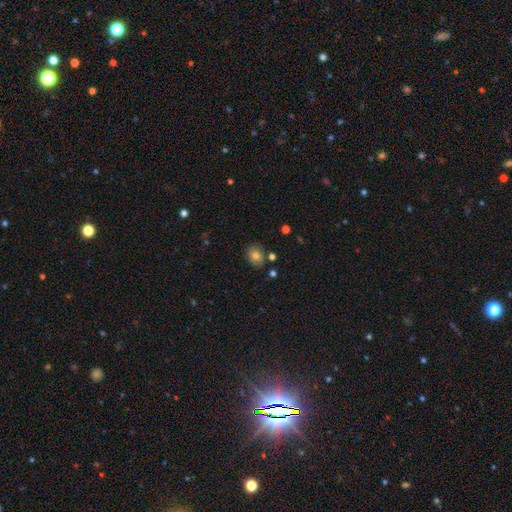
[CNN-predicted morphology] Smooth or featured?
  - smooth: 77% *
  - featured or disk: 12%
  - star or artifact: 11%
How rounded?
  - in between: 50% *
  - round: 49%
  - cigar-shaped: 1%
Merging?
  - none: 77% *
  - minor disturbance: 14%
  - merger: 5%
  - major disturbance: 3%